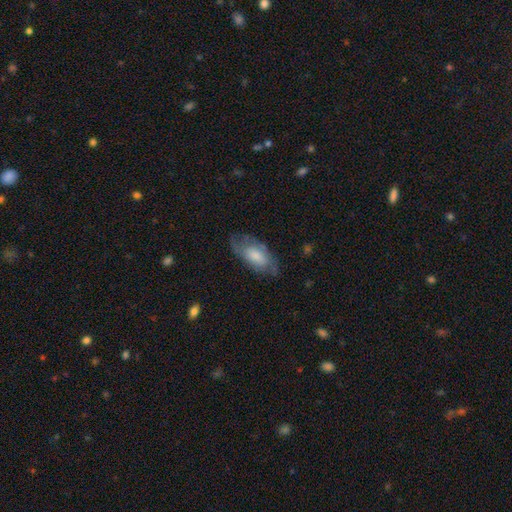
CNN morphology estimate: smooth-or-featured: smooth: 58% | featured or disk: 36% | star or artifact: 6%
  how-rounded: in between: 90% | cigar-shaped: 8% | round: 3%
  merging: none: 64% | minor disturbance: 24% | major disturbance: 10% | merger: 2%